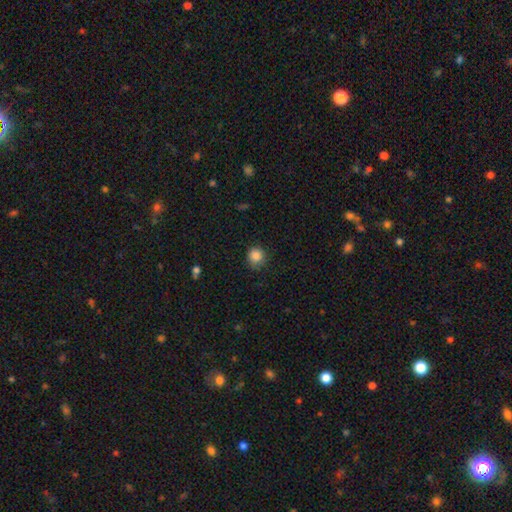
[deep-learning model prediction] Q: Smooth or featured?
A: smooth (85%); runner-up: star or artifact (11%)
Q: How rounded?
A: round (91%); runner-up: in between (8%)
Q: Merging?
A: none (84%); runner-up: minor disturbance (12%)